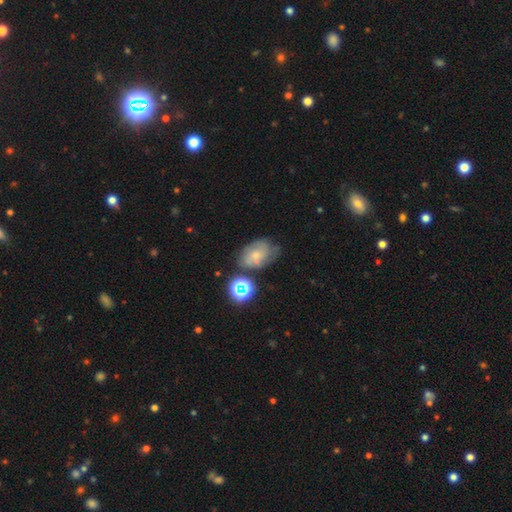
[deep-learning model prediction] A featured or disk galaxy (47%). Merging: none (52%).